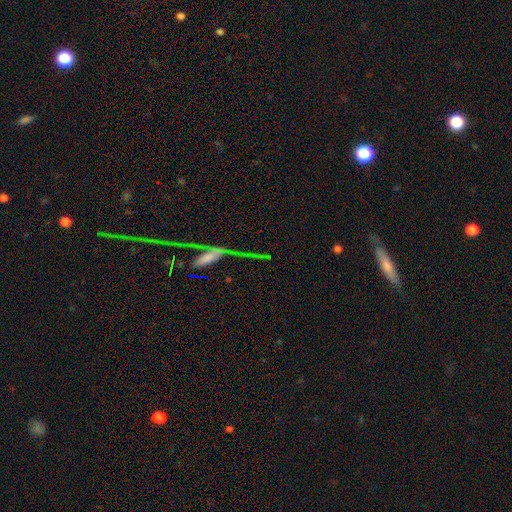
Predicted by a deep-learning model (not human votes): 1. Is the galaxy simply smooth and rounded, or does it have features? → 47% featured or disk, 35% star or artifact, 18% smooth.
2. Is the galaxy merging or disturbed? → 58% none, 17% major disturbance, 15% minor disturbance, 10% merger.